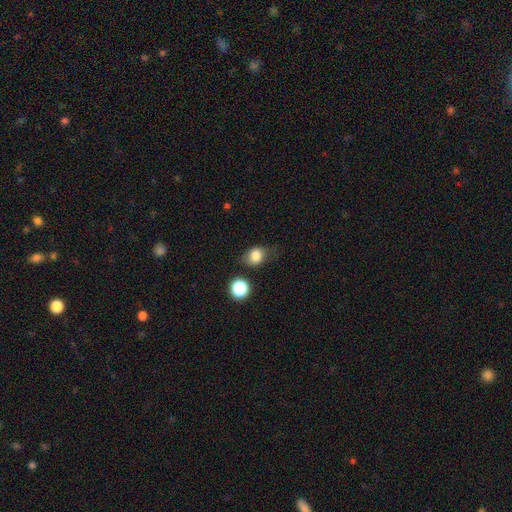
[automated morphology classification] Smooth or featured? smooth (79%)
How rounded? round (50%)
Merging? none (63%)